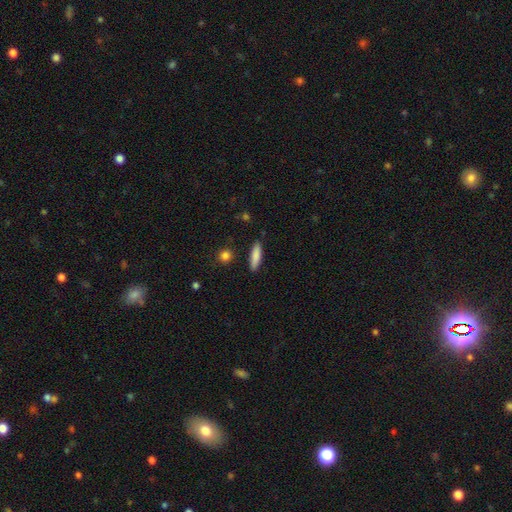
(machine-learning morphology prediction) This is clearly a smooth galaxy (84%). How rounded: likely cigar-shaped (73%). Merging: clearly none (88%).